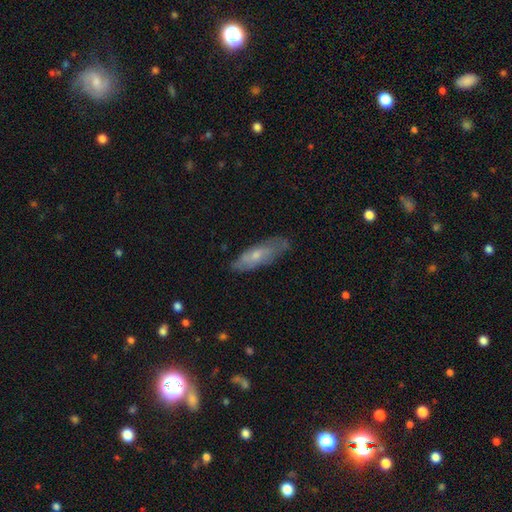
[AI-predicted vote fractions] Smooth or featured? Predicted: smooth (p=0.50). How rounded? Predicted: in between (p=0.51). Merging? Predicted: none (p=0.70).